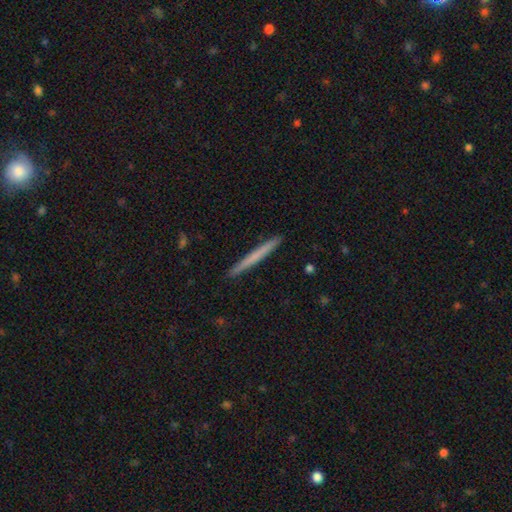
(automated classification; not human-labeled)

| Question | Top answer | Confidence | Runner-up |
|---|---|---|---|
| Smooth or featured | smooth | 58% | featured or disk (37%) |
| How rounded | cigar-shaped | 97% | in between (2%) |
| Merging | none | 93% | minor disturbance (5%) |